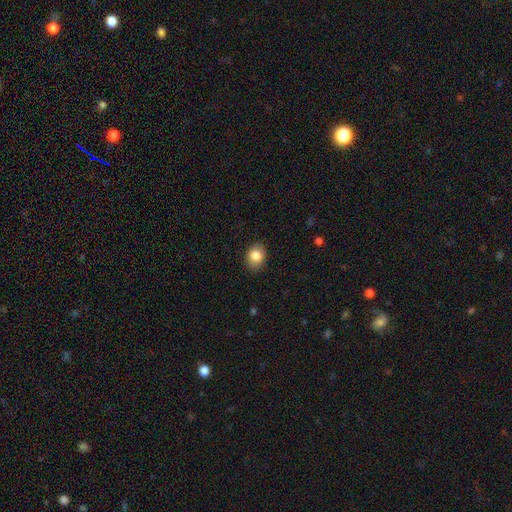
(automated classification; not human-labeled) Morphology: type=smooth (85%); roundness=in between (55%); merging=none (86%).